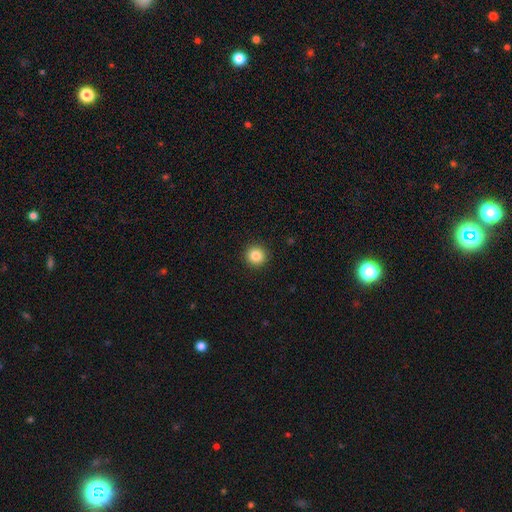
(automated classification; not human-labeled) Q: Smooth or featured?
A: smooth (85%); runner-up: star or artifact (10%)
Q: How rounded?
A: round (95%); runner-up: in between (4%)
Q: Merging?
A: none (93%); runner-up: minor disturbance (5%)